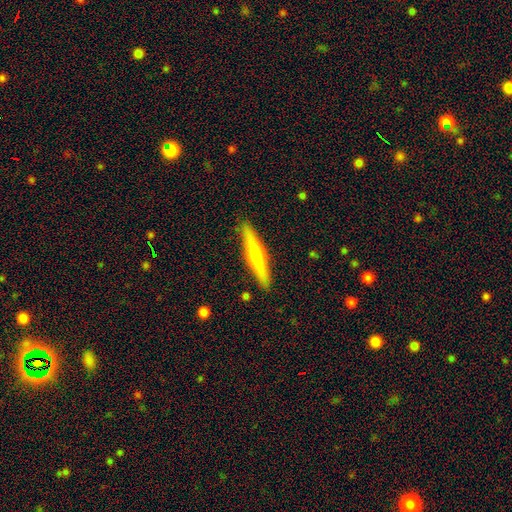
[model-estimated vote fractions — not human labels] Smooth or featured?
  - featured or disk: 57% *
  - smooth: 38%
  - star or artifact: 5%
Edge-on disk?
  - yes: 95% *
  - no: 5%
Edge-on bulge?
  - rounded: 91% *
  - none: 5%
  - boxy: 3%
Merging?
  - none: 89% *
  - minor disturbance: 8%
  - major disturbance: 2%
  - merger: 1%